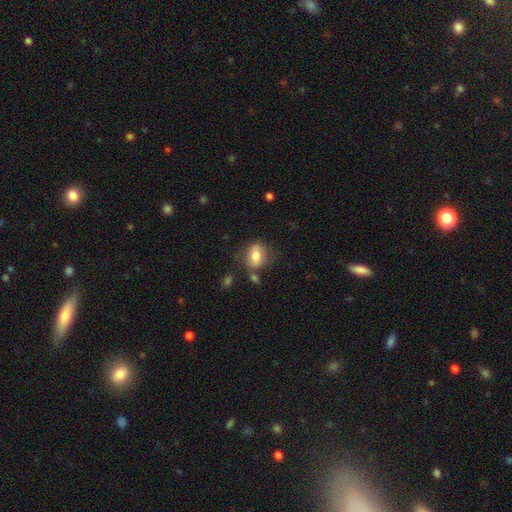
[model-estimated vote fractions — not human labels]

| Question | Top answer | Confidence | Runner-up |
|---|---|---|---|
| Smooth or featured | smooth | 71% | featured or disk (21%) |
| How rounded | in between | 67% | round (31%) |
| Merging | none | 62% | minor disturbance (20%) |